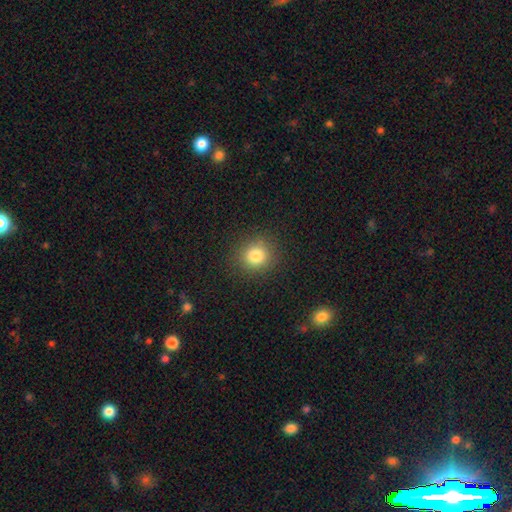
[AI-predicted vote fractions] A smooth galaxy with no disk features (81%) that is round (86%).

Vote fractions:
- Smooth or featured? smooth: 81% / star or artifact: 12% / featured or disk: 6%
- How rounded? round: 86% / in between: 13% / cigar-shaped: 1%
- Merging? none: 88% / minor disturbance: 7% / major disturbance: 3% / merger: 1%